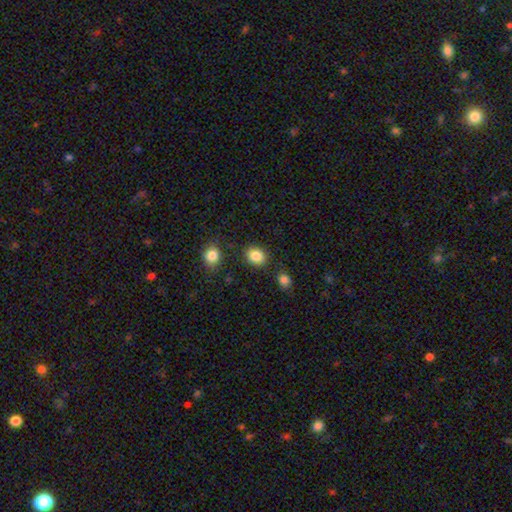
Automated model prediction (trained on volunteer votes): A smooth galaxy with no disk features (86%) that is round (51%).

Vote fractions:
- Smooth or featured? smooth: 86% / star or artifact: 9% / featured or disk: 5%
- How rounded? round: 51% / in between: 48% / cigar-shaped: 1%
- Merging? none: 82% / minor disturbance: 10% / merger: 5% / major disturbance: 3%